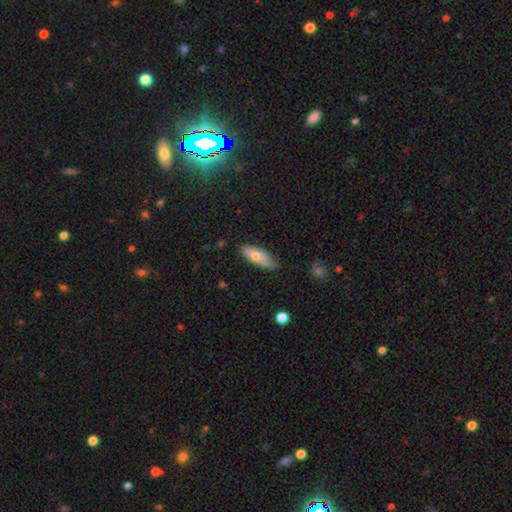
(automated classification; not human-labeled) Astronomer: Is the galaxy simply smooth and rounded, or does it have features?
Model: smooth — 66%.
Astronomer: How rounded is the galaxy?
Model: in between — 73%.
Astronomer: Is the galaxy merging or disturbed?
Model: none — 55% (runner-up: minor disturbance, 35%).